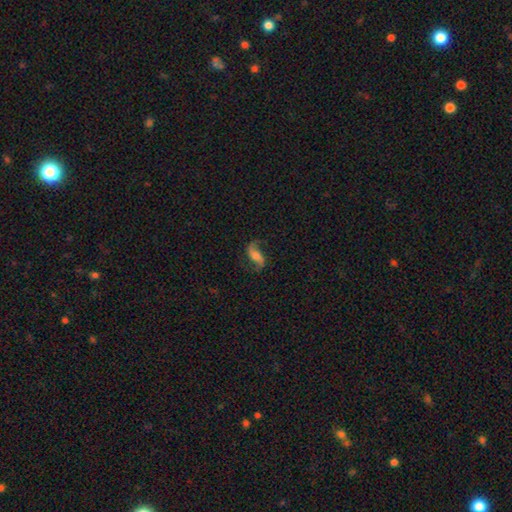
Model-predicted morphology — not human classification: Q: Smooth or featured?
A: featured or disk (74%); runner-up: smooth (18%)
Q: Edge-on disk?
A: no (94%); runner-up: yes (6%)
Q: Bar?
A: no (40%); runner-up: weak (35%)
Q: Spiral arms?
A: yes (94%); runner-up: no (6%)
Q: Spiral winding?
A: loose (77%); runner-up: medium (18%)
Q: Spiral arm count?
A: 2 (91%); runner-up: 1 (4%)
Q: Bulge size?
A: moderate (43%); runner-up: small (34%)
Q: Merging?
A: none (72%); runner-up: minor disturbance (16%)